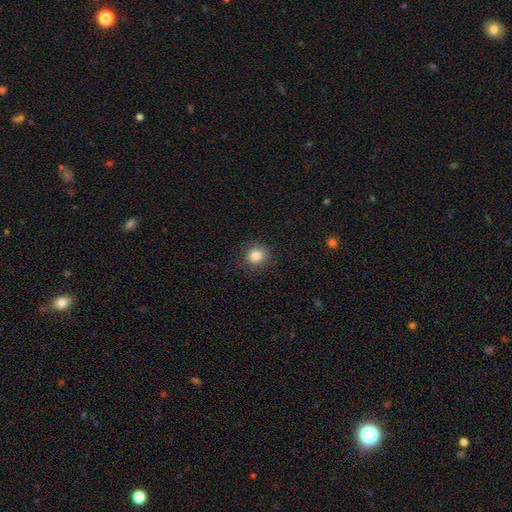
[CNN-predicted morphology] A smooth galaxy with no disk features (85%) that is round (90%).

Vote fractions:
- Smooth or featured? smooth: 85% / star or artifact: 10% / featured or disk: 5%
- How rounded? round: 90% / in between: 9% / cigar-shaped: 1%
- Merging? none: 88% / minor disturbance: 8% / major disturbance: 3% / merger: 1%